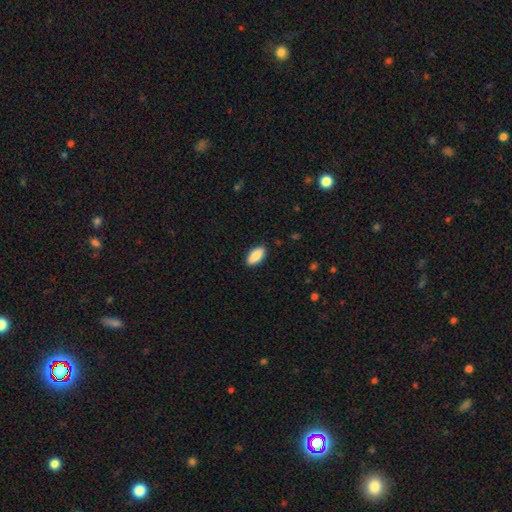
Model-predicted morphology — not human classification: smooth 86%, featured or disk 7%, star or artifact 6%. Down the decision tree: how rounded — in between (83%); merging — none (87%).